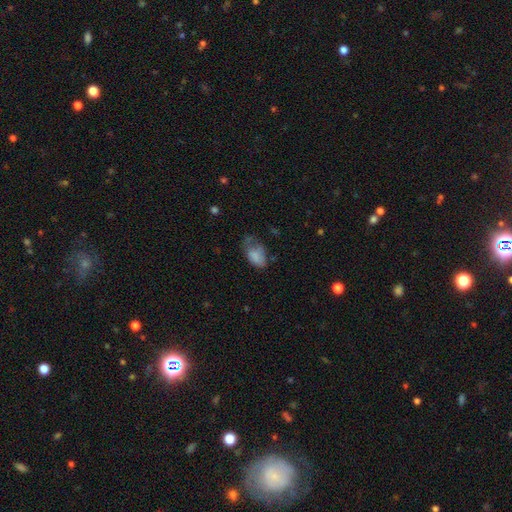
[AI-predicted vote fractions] Morphology: type=smooth (74%); roundness=in between (91%); merging=minor disturbance (35%).